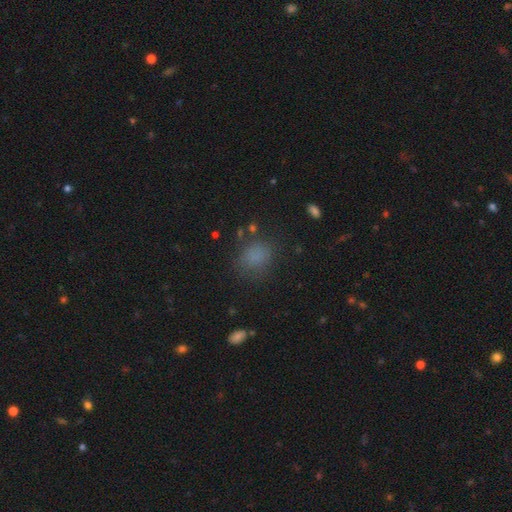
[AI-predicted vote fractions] Smooth or featured: smooth — 77% (star or artifact — 17%)
How rounded: round — 66% (in between — 33%)
Merging: none — 76% (minor disturbance — 14%)